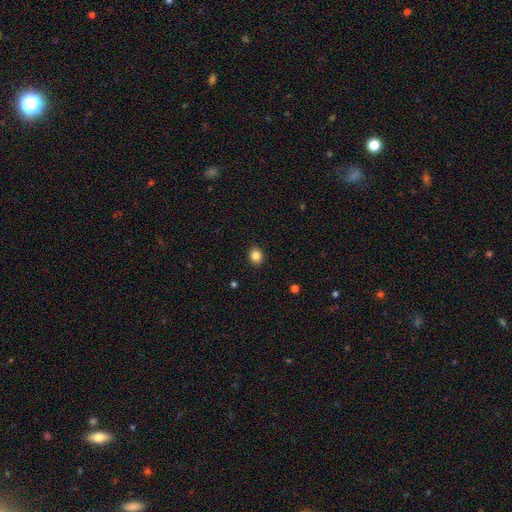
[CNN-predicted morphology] Smooth or featured: smooth — 85% (star or artifact — 11%)
How rounded: round — 69% (in between — 30%)
Merging: none — 91% (minor disturbance — 6%)